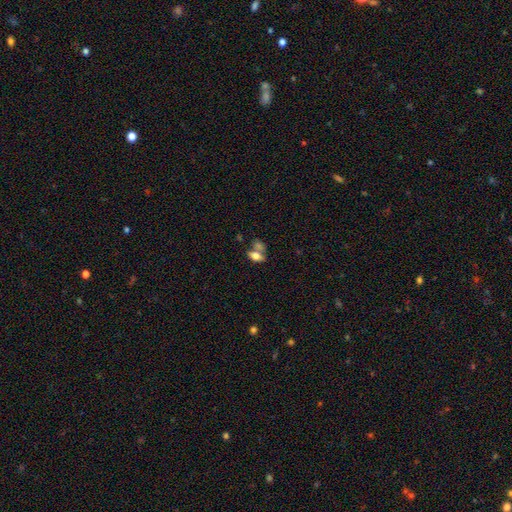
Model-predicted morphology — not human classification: Smooth or featured? smooth (68%)
How rounded? in between (84%)
Merging? merger (41%)